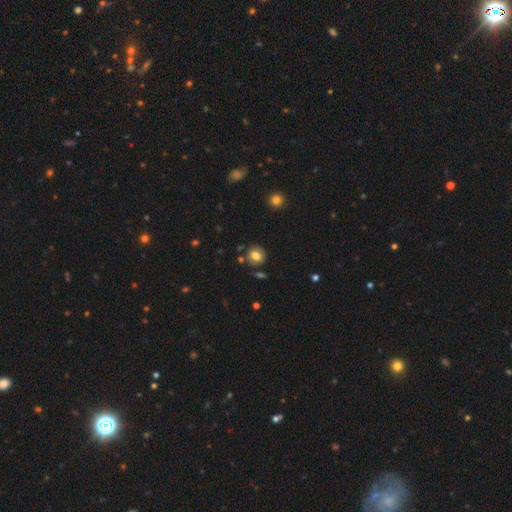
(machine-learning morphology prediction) smooth_or_featured: smooth (p=0.79) [alt: star or artifact p=0.11]
how_rounded: round (p=0.80) [alt: in between p=0.20]
merging: none (p=0.82) [alt: minor disturbance p=0.10]